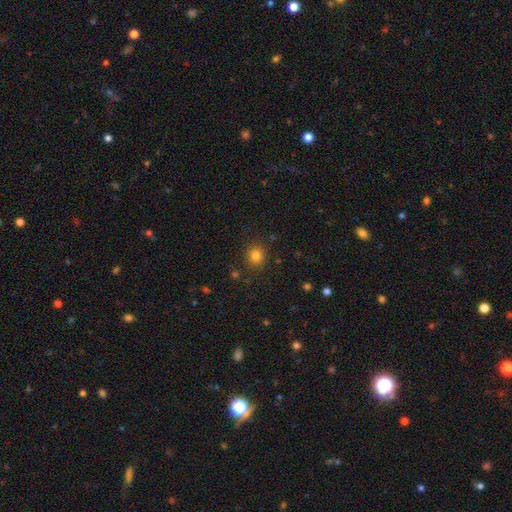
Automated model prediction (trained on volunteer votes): Smooth or featured? Predicted: smooth (p=0.81). How rounded? Predicted: round (p=0.84). Merging? Predicted: none (p=0.88).